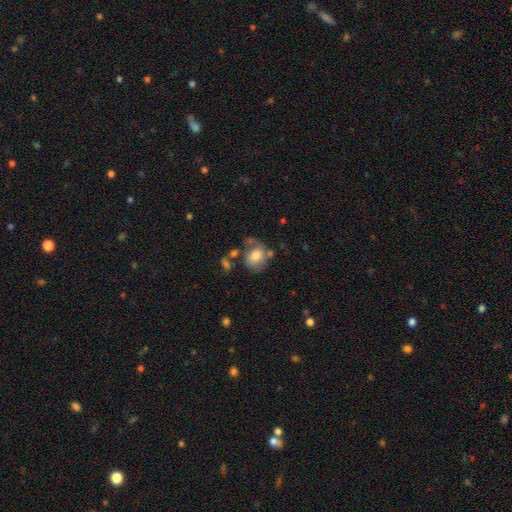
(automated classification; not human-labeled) This appears to be a smooth galaxy with no disk features (70%) that is round (64%). Merging: none (47%).